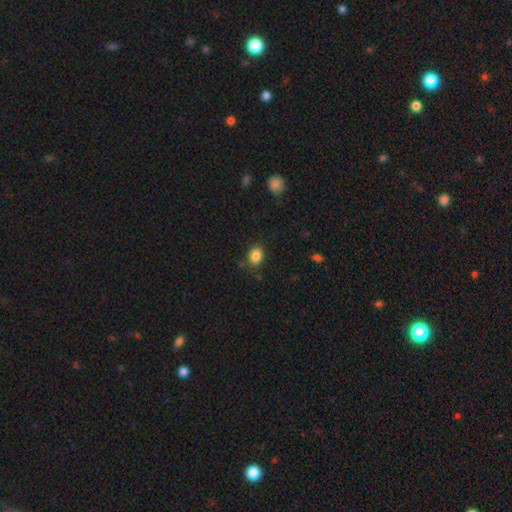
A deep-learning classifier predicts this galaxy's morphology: Smooth or featured: smooth — 86% (star or artifact — 10%)
How rounded: round — 51% (in between — 48%)
Merging: none — 83% (minor disturbance — 12%)